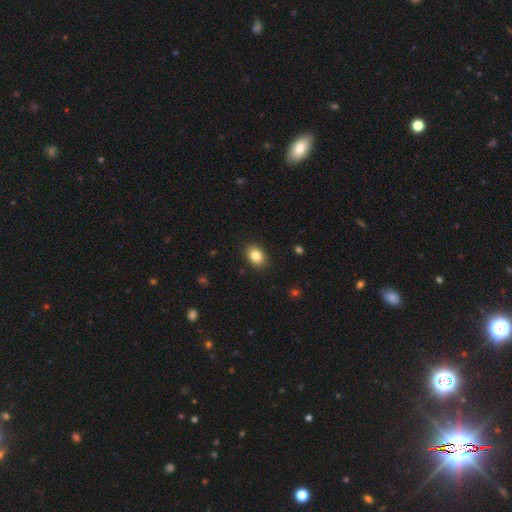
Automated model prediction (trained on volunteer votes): This is clearly a smooth galaxy (83%). How rounded: likely in between (72%). Merging: clearly none (89%).